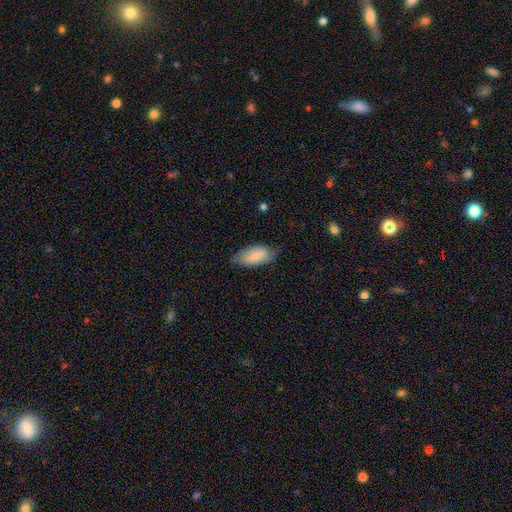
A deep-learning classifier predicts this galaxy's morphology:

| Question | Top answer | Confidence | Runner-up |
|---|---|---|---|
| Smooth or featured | smooth | 80% | featured or disk (14%) |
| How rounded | in between | 90% | cigar-shaped (8%) |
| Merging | none | 68% | minor disturbance (26%) |